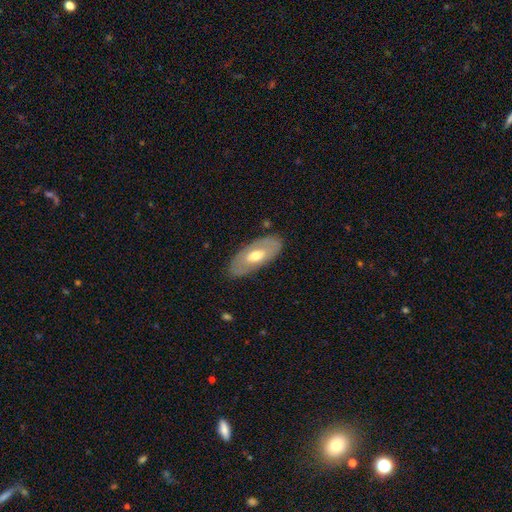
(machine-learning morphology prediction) Smooth or featured? featured or disk (48%)
Merging? none (82%)